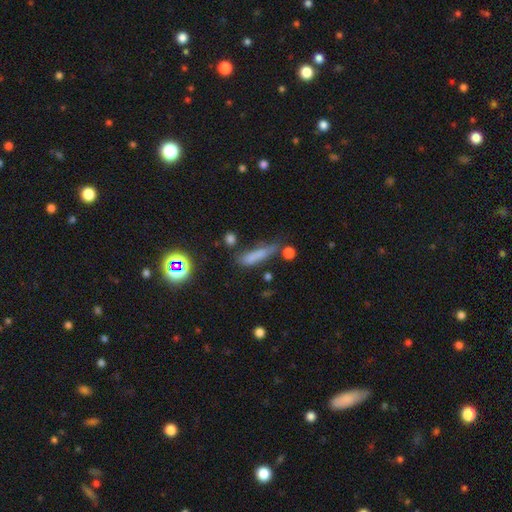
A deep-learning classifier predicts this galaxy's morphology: Smooth or featured: smooth — 71% (featured or disk — 15%)
How rounded: cigar-shaped — 77% (in between — 19%)
Merging: none — 57% (minor disturbance — 25%)